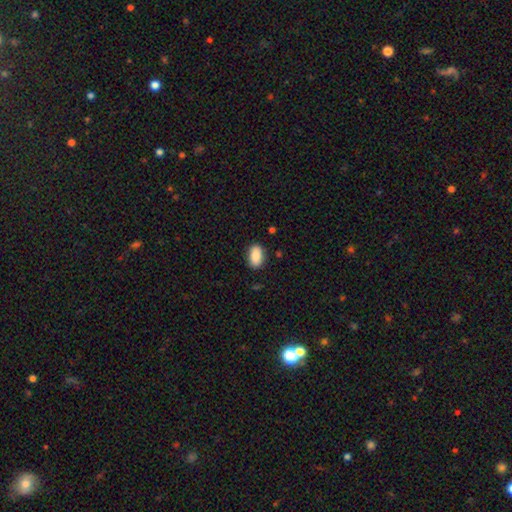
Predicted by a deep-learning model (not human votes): Smooth or featured: smooth — 87% (star or artifact — 7%)
How rounded: in between — 92% (round — 6%)
Merging: none — 86% (minor disturbance — 10%)